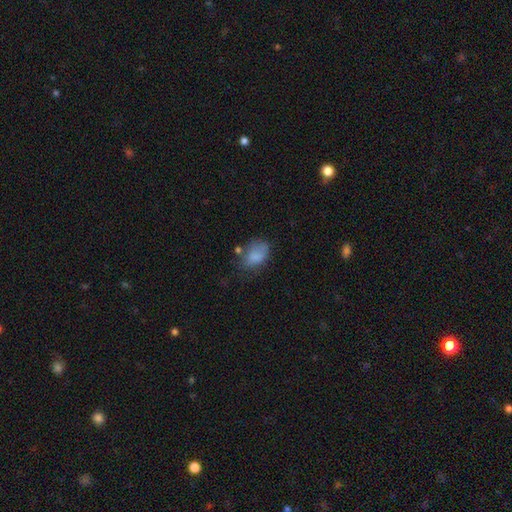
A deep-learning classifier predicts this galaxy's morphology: smooth 76%, featured or disk 14%, star or artifact 10%. Down the decision tree: how rounded — in between (80%); merging — none (44%).